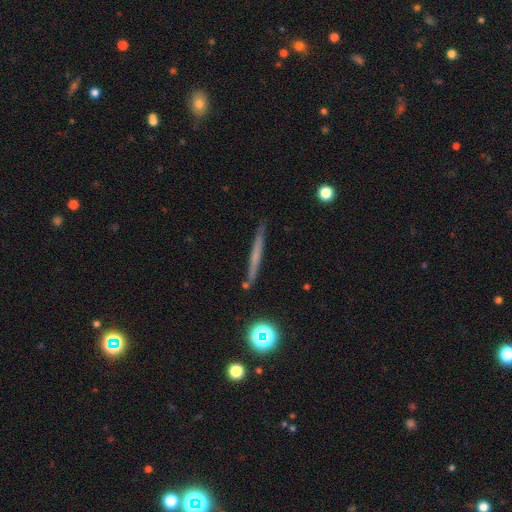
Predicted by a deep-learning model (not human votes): A featured or disk galaxy (45%).

Vote fractions:
- Smooth or featured? featured or disk: 45% / smooth: 44% / star or artifact: 11%
- Merging? none: 87% / minor disturbance: 9% / merger: 2% / major disturbance: 2%